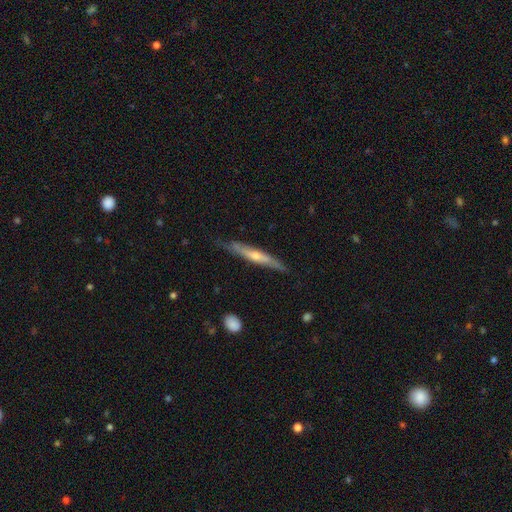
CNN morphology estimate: This is likely a featured or disk galaxy (62%). It is clearly viewed edge-on (89%). Edge-on bulge: likely rounded (68%). Merging: likely none (75%).